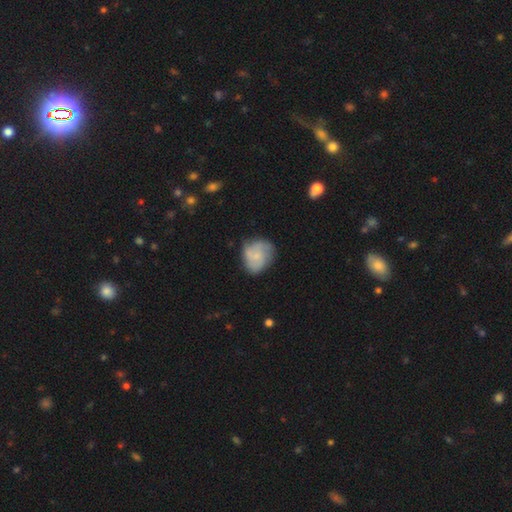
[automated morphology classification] smooth_or_featured: smooth (p=0.53) [alt: featured or disk p=0.40]
how_rounded: round (p=0.63) [alt: in between p=0.36]
merging: none (p=0.57) [alt: minor disturbance p=0.29]